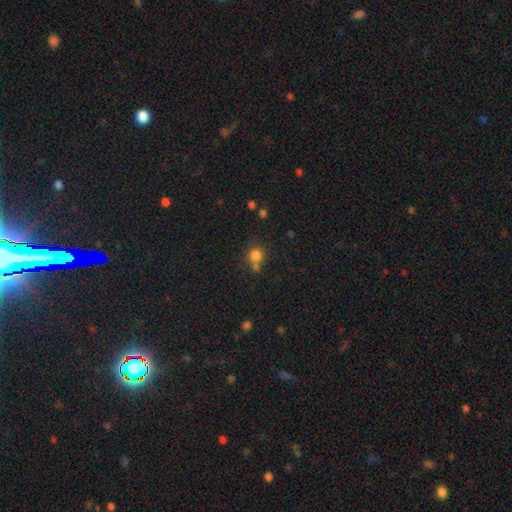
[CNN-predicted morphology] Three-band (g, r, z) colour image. It shows a smooth galaxy with no disk features (80%) that is round (87%). Merging: none (56%).